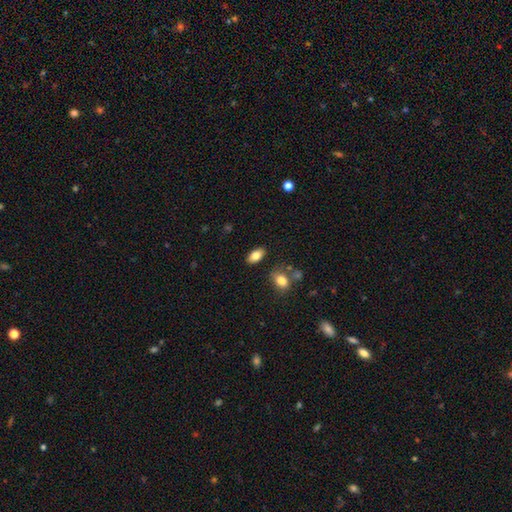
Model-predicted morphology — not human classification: Smooth or featured: smooth — 81% (featured or disk — 12%)
How rounded: in between — 91% (cigar-shaped — 5%)
Merging: none — 85% (minor disturbance — 10%)